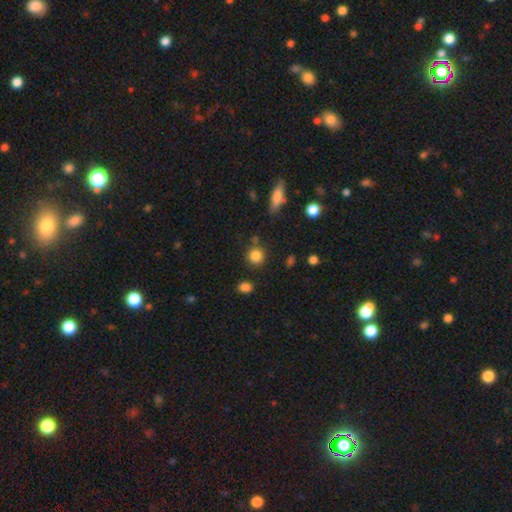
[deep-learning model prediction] Smooth or featured: smooth — 84% (star or artifact — 10%)
How rounded: round — 89% (in between — 9%)
Merging: none — 82% (minor disturbance — 9%)